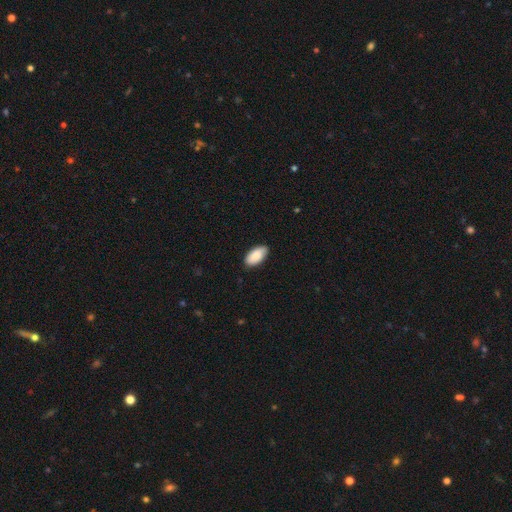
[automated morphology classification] This is clearly a smooth galaxy (88%). How rounded: clearly in between (95%). Merging: clearly none (85%).